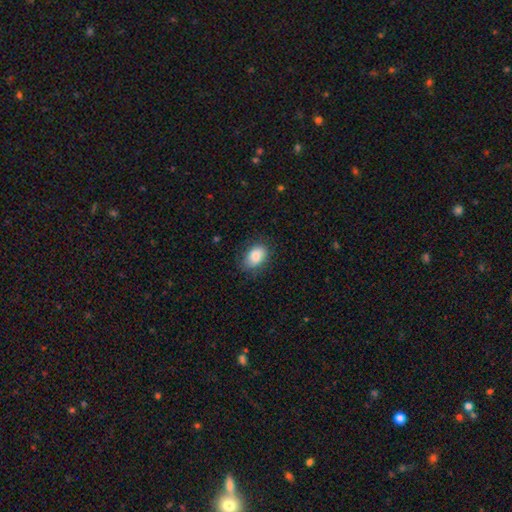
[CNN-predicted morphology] Q: Smooth or featured?
A: smooth (83%); runner-up: featured or disk (10%)
Q: How rounded?
A: in between (82%); runner-up: round (17%)
Q: Merging?
A: none (76%); runner-up: minor disturbance (18%)